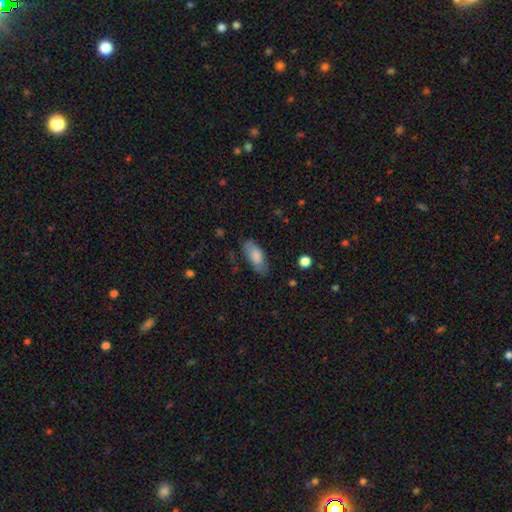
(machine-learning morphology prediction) A smooth galaxy with no disk features (77%) that is in between round and cigar-shaped (86%).

Vote fractions:
- Smooth or featured? smooth: 77% / featured or disk: 17% / star or artifact: 7%
- How rounded? in between: 86% / cigar-shaped: 12% / round: 2%
- Merging? none: 70% / minor disturbance: 21% / major disturbance: 7% / merger: 2%